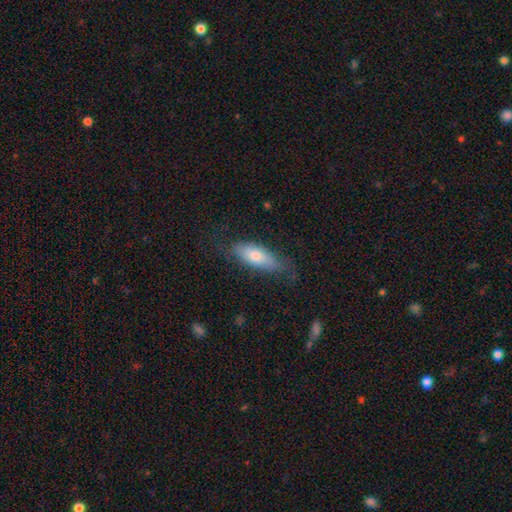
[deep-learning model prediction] Smooth or featured: smooth — 70% (featured or disk — 24%)
How rounded: in between — 76% (cigar-shaped — 22%)
Merging: none — 65% (minor disturbance — 23%)